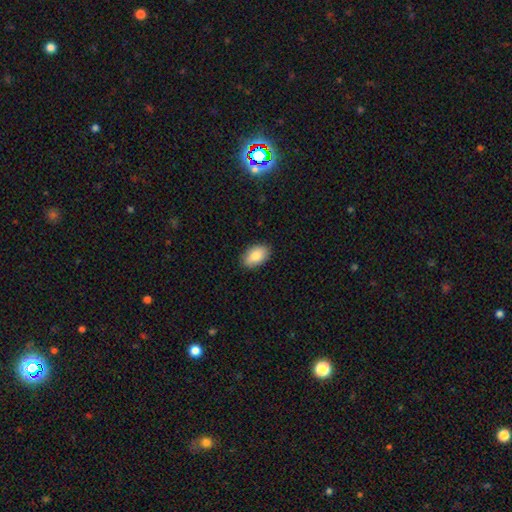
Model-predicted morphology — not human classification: A smooth galaxy with no disk features (85%) that is in between round and cigar-shaped (91%).

Vote fractions:
- Smooth or featured? smooth: 85% / featured or disk: 9% / star or artifact: 7%
- How rounded? in between: 91% / round: 8% / cigar-shaped: 2%
- Merging? none: 87% / minor disturbance: 10% / major disturbance: 2% / merger: 1%